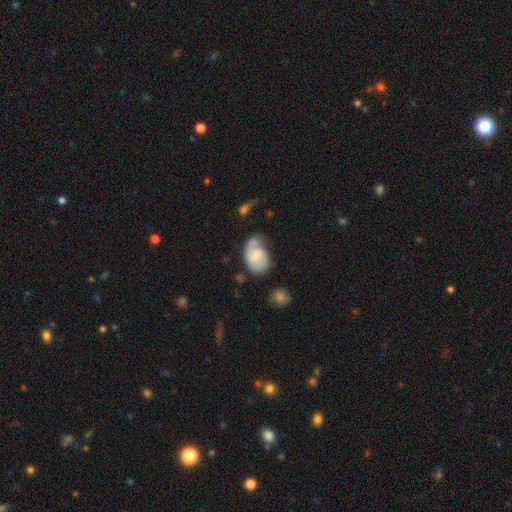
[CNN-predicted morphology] Smooth or featured?
  - featured or disk: 53% *
  - smooth: 40%
  - star or artifact: 7%
Edge-on disk?
  - no: 97% *
  - yes: 3%
Bar?
  - no: 57% *
  - weak: 37%
  - strong: 6%
Spiral arms?
  - yes: 85% *
  - no: 15%
Bulge size?
  - small: 45% *
  - moderate: 34%
  - none: 14%
  - large: 5%
  - dominant: 1%
Merging?
  - none: 43% *
  - minor disturbance: 31%
  - major disturbance: 19%
  - merger: 7%